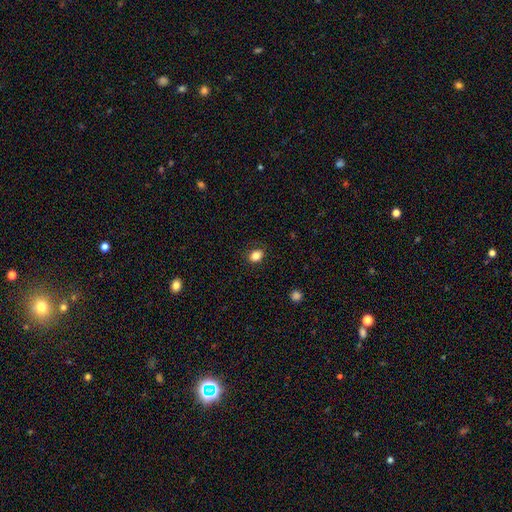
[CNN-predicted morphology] Smooth or featured?
  - smooth: 84% *
  - star or artifact: 11%
  - featured or disk: 5%
How rounded?
  - in between: 57% *
  - round: 41%
  - cigar-shaped: 1%
Merging?
  - none: 82% *
  - minor disturbance: 14%
  - major disturbance: 4%
  - merger: 1%